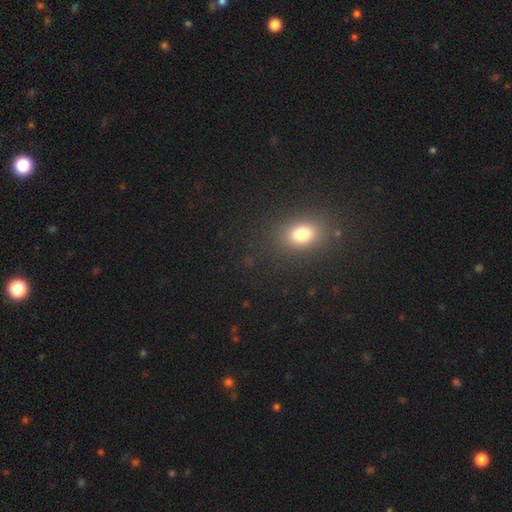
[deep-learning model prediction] Morphology: type=smooth (66%); roundness=in between (57%); merging=none (91%).